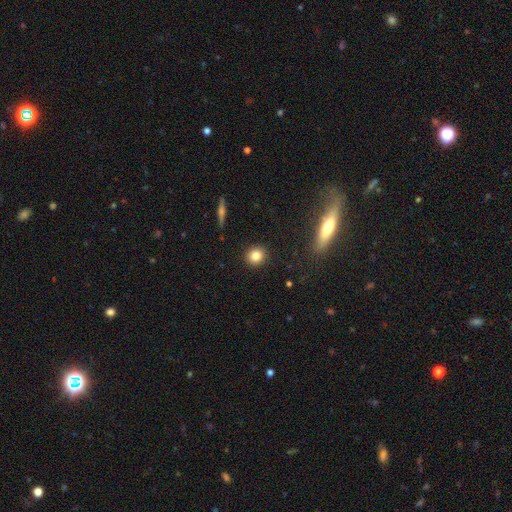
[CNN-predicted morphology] Q: Smooth or featured?
A: smooth (82%); runner-up: star or artifact (10%)
Q: How rounded?
A: round (87%); runner-up: in between (11%)
Q: Merging?
A: none (91%); runner-up: minor disturbance (5%)